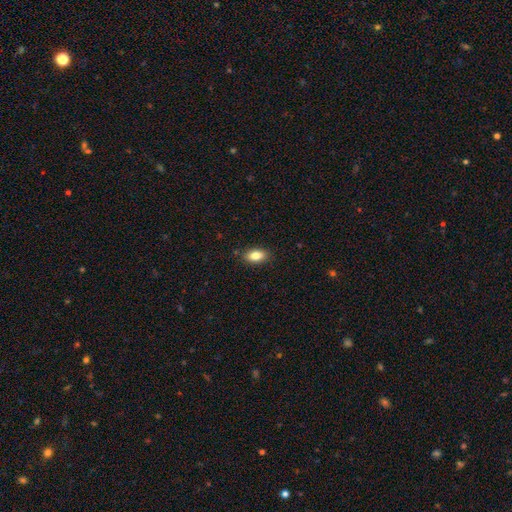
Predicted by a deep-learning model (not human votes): This appears to be a smooth galaxy with no disk features (84%) that is in between round and cigar-shaped (90%). Merging: none (88%).